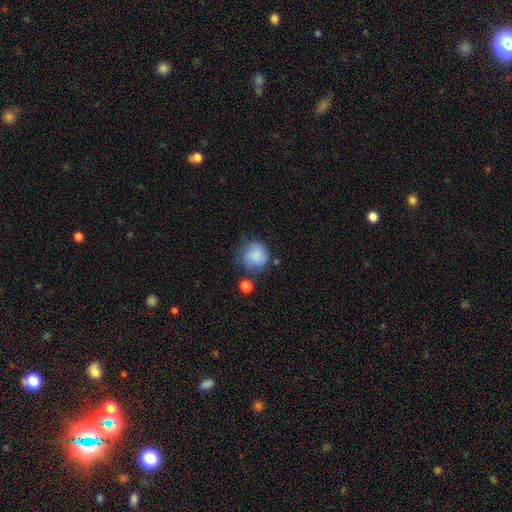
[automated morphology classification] Smooth or featured?
  - smooth: 82% *
  - featured or disk: 10%
  - star or artifact: 8%
How rounded?
  - round: 90% *
  - in between: 9%
  - cigar-shaped: 1%
Merging?
  - none: 65% *
  - minor disturbance: 22%
  - major disturbance: 8%
  - merger: 6%